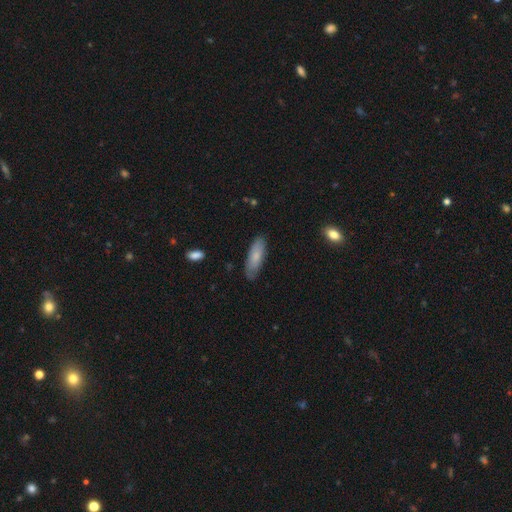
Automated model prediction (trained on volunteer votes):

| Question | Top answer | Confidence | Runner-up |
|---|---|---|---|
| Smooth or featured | smooth | 75% | featured or disk (19%) |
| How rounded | in between | 57% | cigar-shaped (41%) |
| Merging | none | 77% | minor disturbance (18%) |